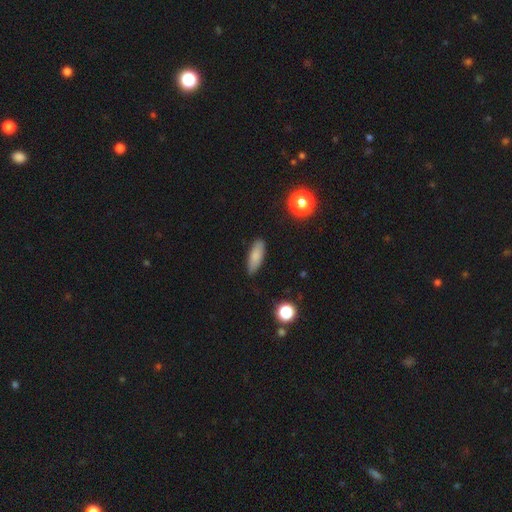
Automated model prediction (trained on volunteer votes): A smooth galaxy with no disk features (82%) that is in between round and cigar-shaped (67%).

Vote fractions:
- Smooth or featured? smooth: 82% / featured or disk: 10% / star or artifact: 8%
- How rounded? in between: 67% / cigar-shaped: 31% / round: 2%
- Merging? none: 84% / minor disturbance: 12% / major disturbance: 2% / merger: 1%